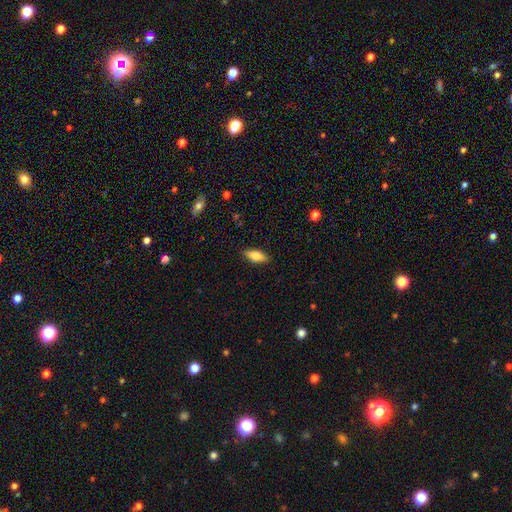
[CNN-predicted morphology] Smooth or featured?
  - smooth: 75% *
  - featured or disk: 19%
  - star or artifact: 7%
How rounded?
  - in between: 74% *
  - cigar-shaped: 24%
  - round: 2%
Merging?
  - none: 88% *
  - minor disturbance: 9%
  - major disturbance: 2%
  - merger: 1%